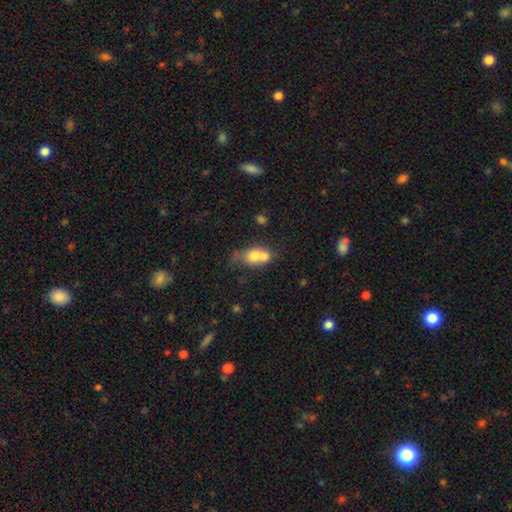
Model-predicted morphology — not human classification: Smooth or featured?
  - smooth: 67% *
  - featured or disk: 24%
  - star or artifact: 9%
How rounded?
  - in between: 65% *
  - round: 29%
  - cigar-shaped: 6%
Merging?
  - merger: 62% *
  - none: 21%
  - minor disturbance: 11%
  - major disturbance: 7%